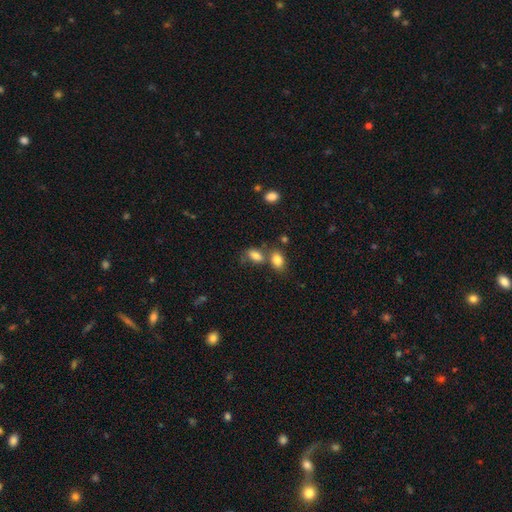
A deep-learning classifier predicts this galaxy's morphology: type=smooth (82%); roundness=in between (85%); merging=none (46%).